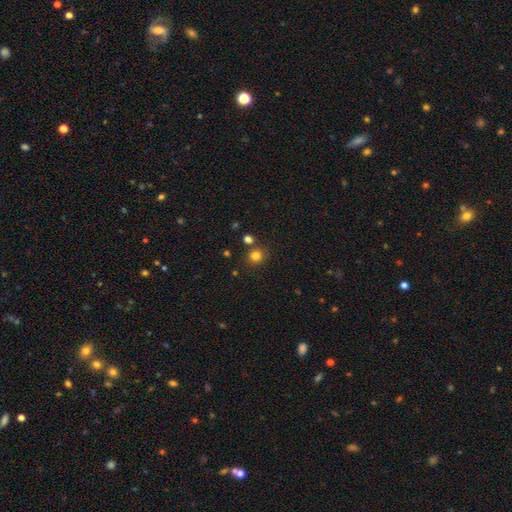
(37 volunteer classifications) smooth-or-featured: smooth: 78% | featured or disk: 14% | star or artifact: 8%
  how-rounded: round: 79% | in between: 17% | cigar-shaped: 3%
  merging: none: 85% | minor disturbance: 6% | merger: 6% | major disturbance: 3%